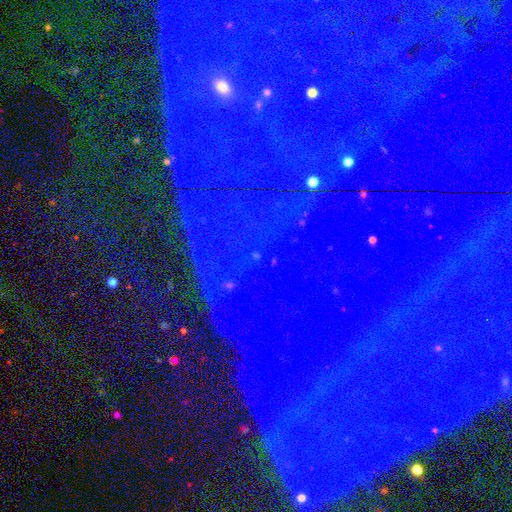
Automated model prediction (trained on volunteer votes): Smooth or featured? Predicted: star or artifact (p=0.85).